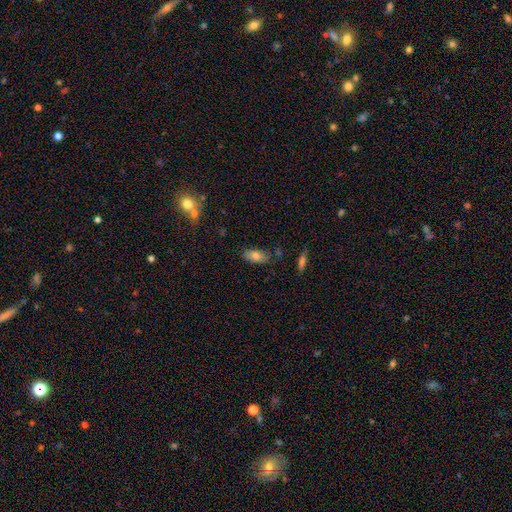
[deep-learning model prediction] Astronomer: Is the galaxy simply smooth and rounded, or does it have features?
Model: smooth — 77%.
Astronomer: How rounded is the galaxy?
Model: in between — 88%.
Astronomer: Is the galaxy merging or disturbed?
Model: none — 75%.